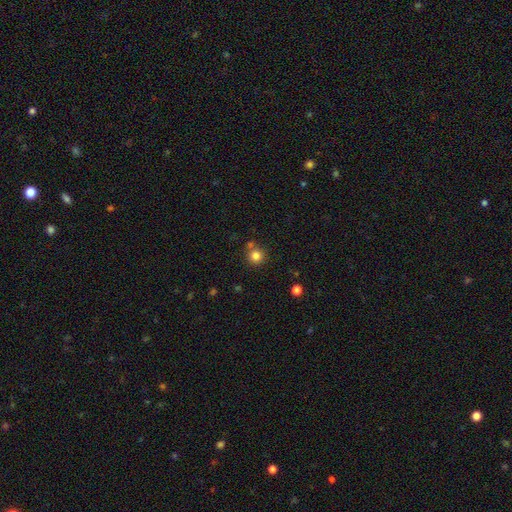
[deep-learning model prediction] Smooth or featured? smooth (82%)
How rounded? round (94%)
Merging? none (76%)